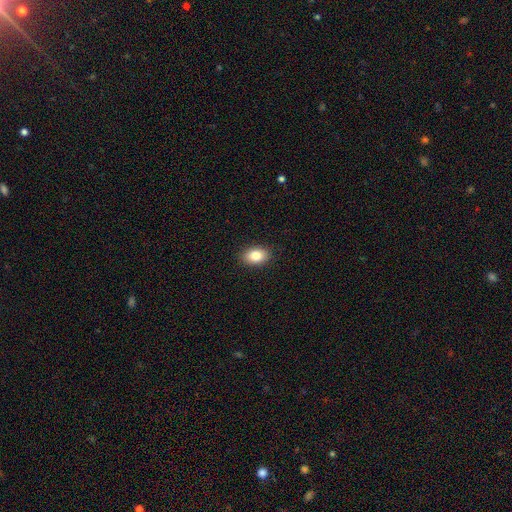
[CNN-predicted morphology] smooth-or-featured: smooth: 84% | star or artifact: 8% | featured or disk: 8%
  how-rounded: in between: 84% | round: 14% | cigar-shaped: 1%
  merging: none: 90% | minor disturbance: 7% | major disturbance: 2% | merger: 1%